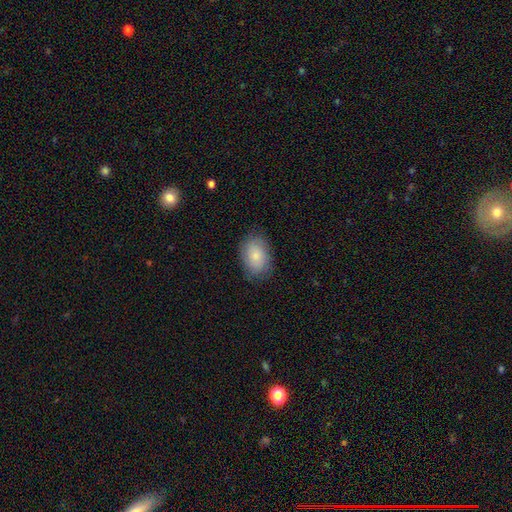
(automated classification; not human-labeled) Smooth or featured? Predicted: smooth (p=0.78). How rounded? Predicted: in between (p=0.84). Merging? Predicted: none (p=0.78).